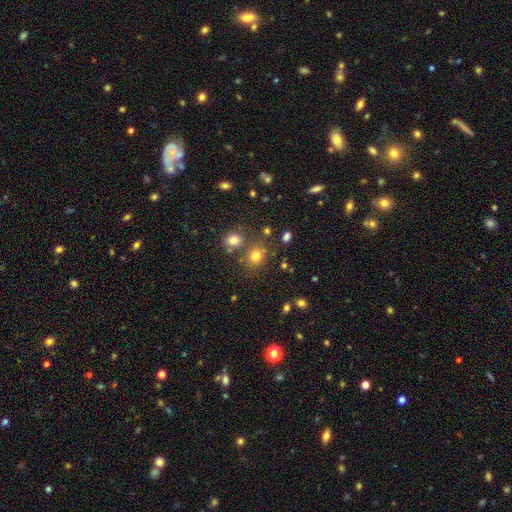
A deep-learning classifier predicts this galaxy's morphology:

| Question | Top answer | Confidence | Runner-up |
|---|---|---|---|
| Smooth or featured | smooth | 74% | star or artifact (18%) |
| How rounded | round | 66% | in between (33%) |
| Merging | none | 68% | merger (16%) |